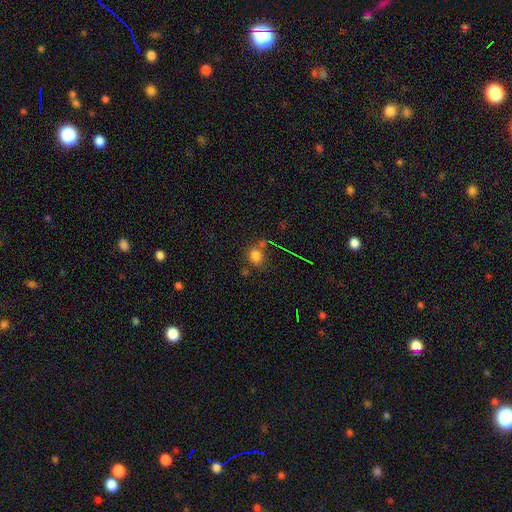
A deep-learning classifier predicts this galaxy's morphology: The model was most divided on "how rounded": round: 70%, in between: 28%, cigar-shaped: 1%. More confident: smooth or featured — smooth (76%); merging — none (61%).